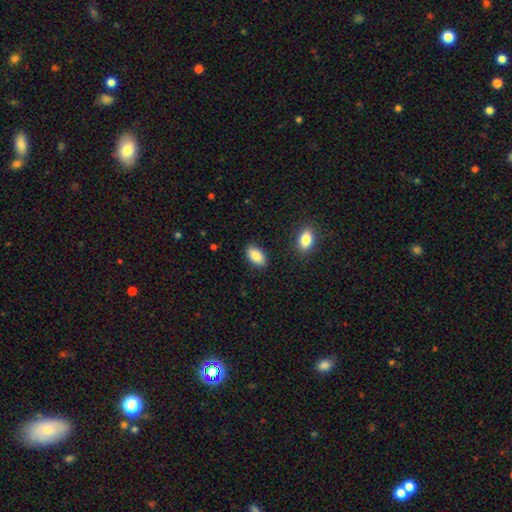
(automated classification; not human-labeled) Smooth or featured: smooth — 87% (star or artifact — 7%)
How rounded: in between — 94% (round — 4%)
Merging: none — 87% (minor disturbance — 9%)